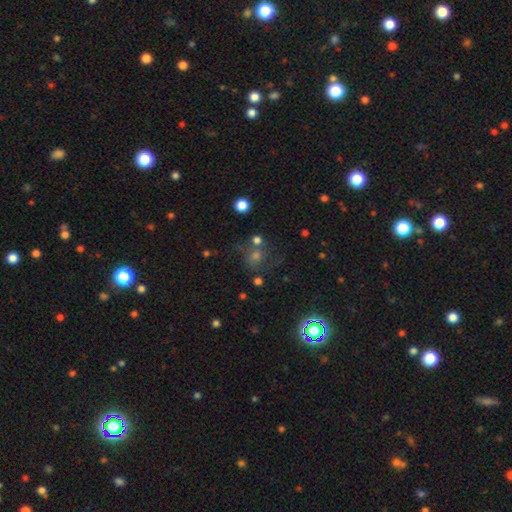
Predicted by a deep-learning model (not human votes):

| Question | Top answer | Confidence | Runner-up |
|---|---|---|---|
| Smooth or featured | smooth | 43% | star or artifact (39%) |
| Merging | none | 61% | merger (16%) |